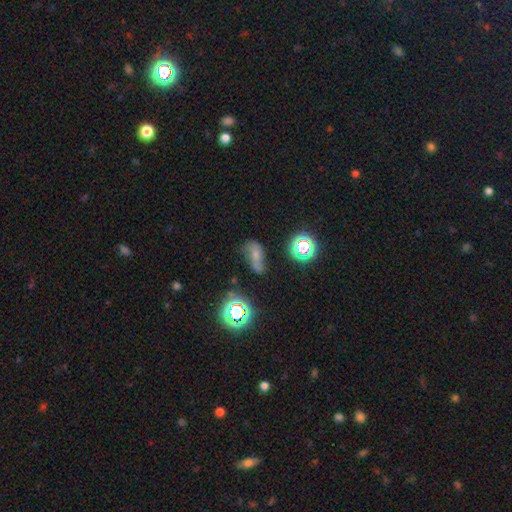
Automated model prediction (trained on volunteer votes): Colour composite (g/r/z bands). It shows a smooth galaxy with no disk features (41%). Merging: none (42%).